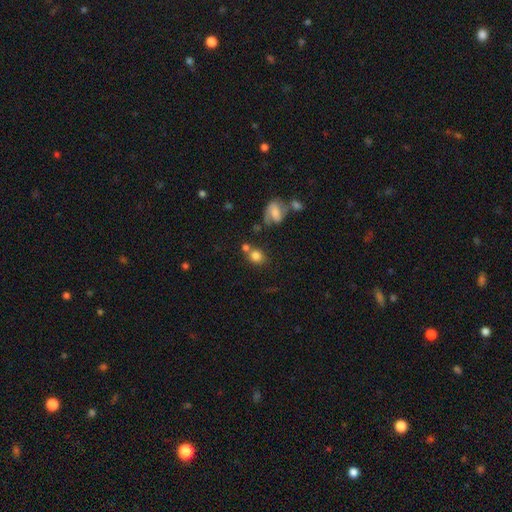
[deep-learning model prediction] A smooth galaxy with no disk features (78%) that is round (69%). Merging: none (55%).